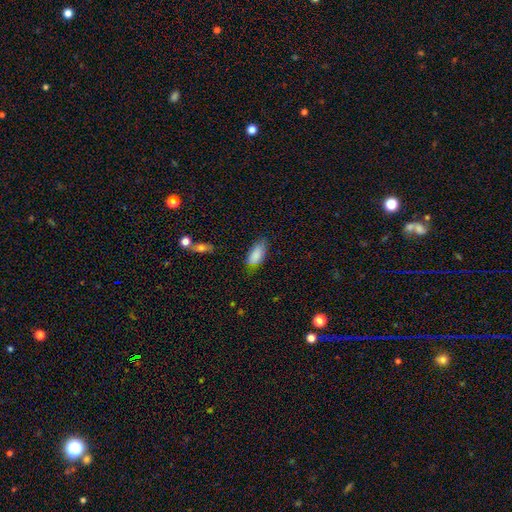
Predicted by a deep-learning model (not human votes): smooth 86%, featured or disk 8%, star or artifact 7%. Down the decision tree: how rounded — in between (86%); merging — none (65%).